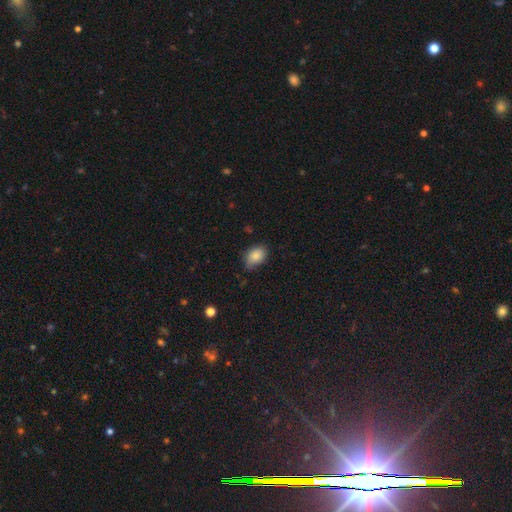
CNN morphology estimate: Smooth or featured?
  - smooth: 86% *
  - star or artifact: 8%
  - featured or disk: 5%
How rounded?
  - in between: 78% *
  - round: 21%
  - cigar-shaped: 1%
Merging?
  - none: 67% *
  - minor disturbance: 27%
  - major disturbance: 4%
  - merger: 2%